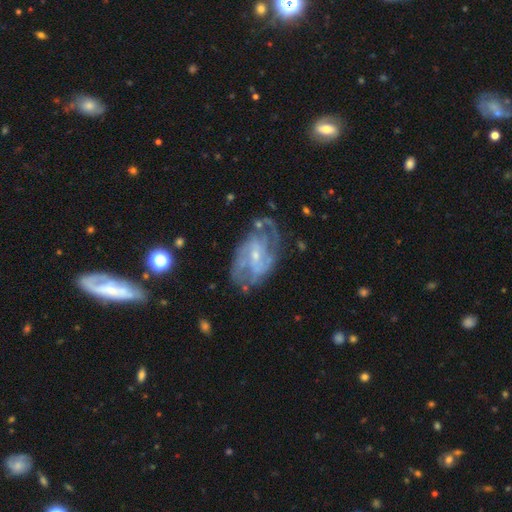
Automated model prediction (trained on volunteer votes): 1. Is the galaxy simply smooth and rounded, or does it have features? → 86% featured or disk, 8% smooth, 6% star or artifact.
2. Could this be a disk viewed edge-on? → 96% no, 4% yes.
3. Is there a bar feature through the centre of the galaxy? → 48% weak, 32% no, 20% strong.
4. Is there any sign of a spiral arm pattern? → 93% yes, 7% no.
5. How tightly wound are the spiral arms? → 47% medium, 37% tight, 17% loose.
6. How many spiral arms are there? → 49% 2, 24% can't tell, 14% 3, 5% 4, 4% 1, 4% more than 4.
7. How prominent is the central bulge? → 73% small, 22% moderate, 3% none, 1% large, 1% dominant.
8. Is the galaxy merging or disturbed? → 64% none, 21% minor disturbance, 12% major disturbance, 3% merger.